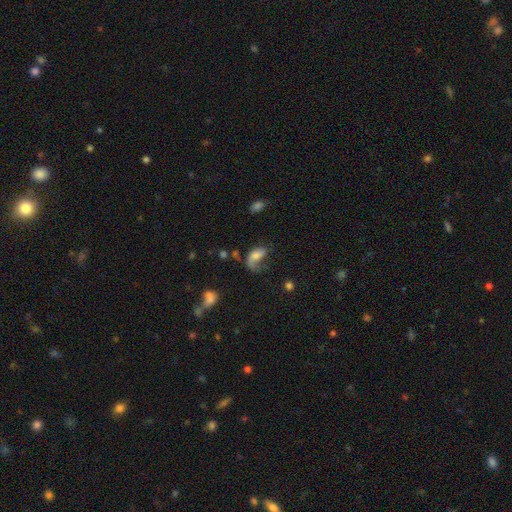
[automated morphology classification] smooth_or_featured: smooth (p=0.56) [alt: featured or disk p=0.34]
how_rounded: in between (p=0.88) [alt: round p=0.06]
merging: major disturbance (p=0.48) [alt: none p=0.24]